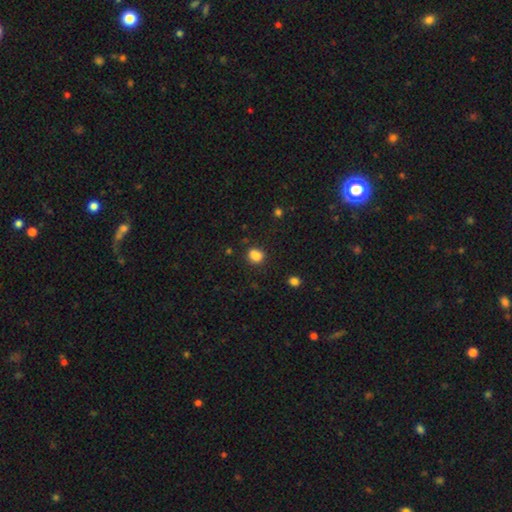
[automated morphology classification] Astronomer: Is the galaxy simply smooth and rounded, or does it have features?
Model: smooth — 84%.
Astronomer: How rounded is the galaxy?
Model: round — 62%.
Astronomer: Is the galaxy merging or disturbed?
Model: none — 74%.